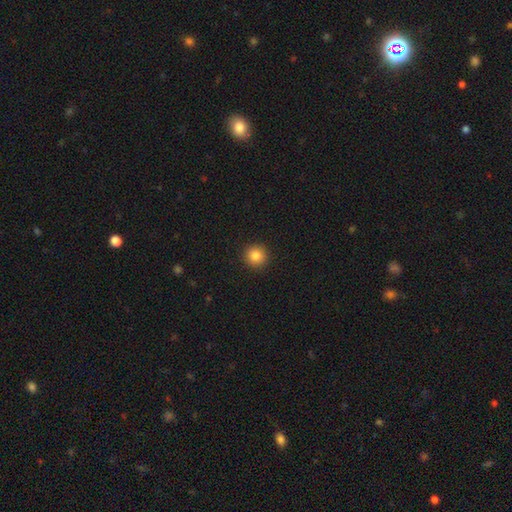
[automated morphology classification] Smooth or featured? smooth (84%)
How rounded? round (95%)
Merging? none (93%)